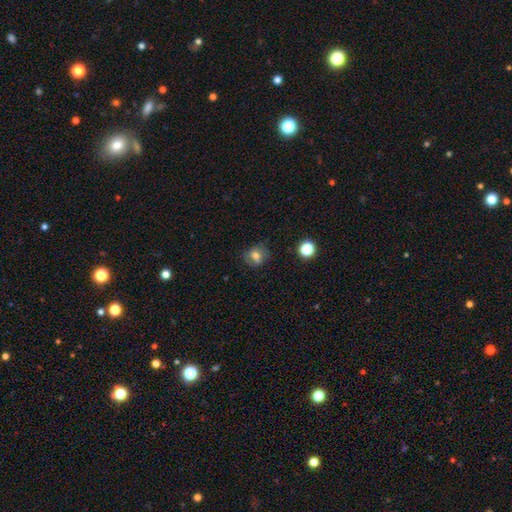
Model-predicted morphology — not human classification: Smooth or featured?
  - smooth: 67% *
  - featured or disk: 21%
  - star or artifact: 13%
How rounded?
  - round: 66% *
  - in between: 33%
  - cigar-shaped: 1%
Merging?
  - none: 67% *
  - minor disturbance: 22%
  - major disturbance: 8%
  - merger: 3%